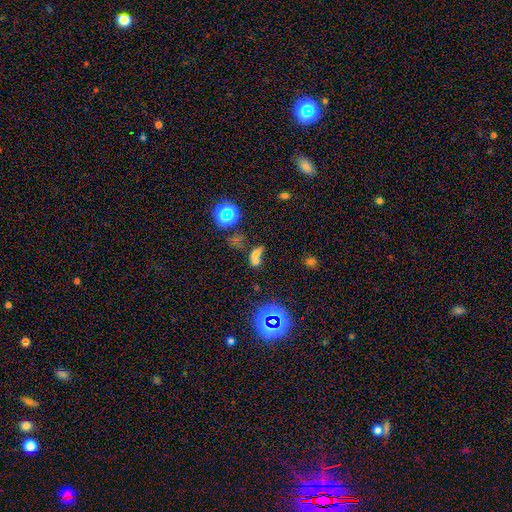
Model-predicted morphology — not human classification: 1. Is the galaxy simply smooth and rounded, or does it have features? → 53% smooth, 28% star or artifact, 20% featured or disk.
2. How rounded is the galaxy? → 56% in between, 39% round, 5% cigar-shaped.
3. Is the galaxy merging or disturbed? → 62% merger, 22% none, 8% major disturbance, 7% minor disturbance.